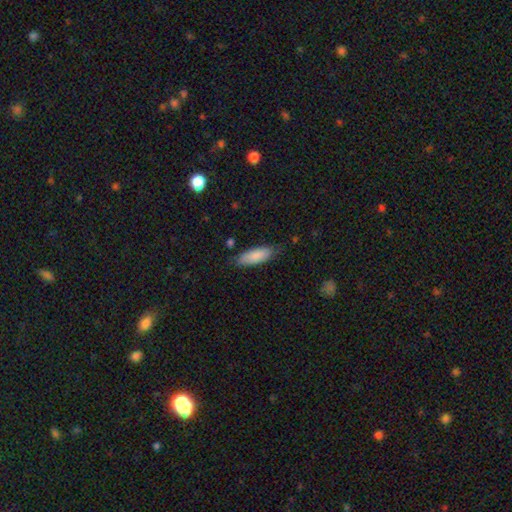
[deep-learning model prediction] Morphology: type=smooth (86%); roundness=in between (67%); merging=none (76%).